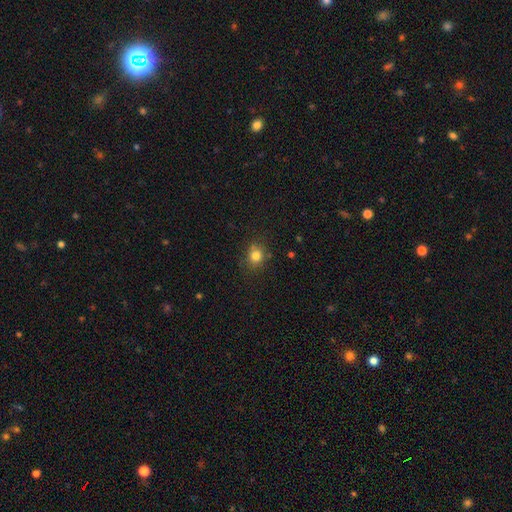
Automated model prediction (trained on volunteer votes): This appears to be a smooth galaxy with no disk features (81%) that is round (75%). Merging: none (80%).